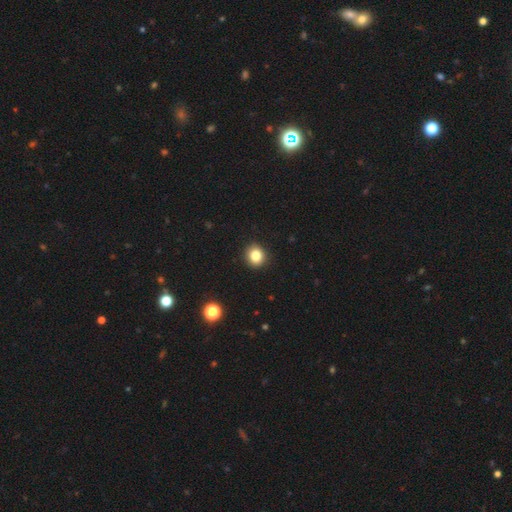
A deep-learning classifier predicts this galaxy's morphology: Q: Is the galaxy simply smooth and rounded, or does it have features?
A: smooth — 83%.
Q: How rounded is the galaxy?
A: round — 83%.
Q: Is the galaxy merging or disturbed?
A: none — 92%.